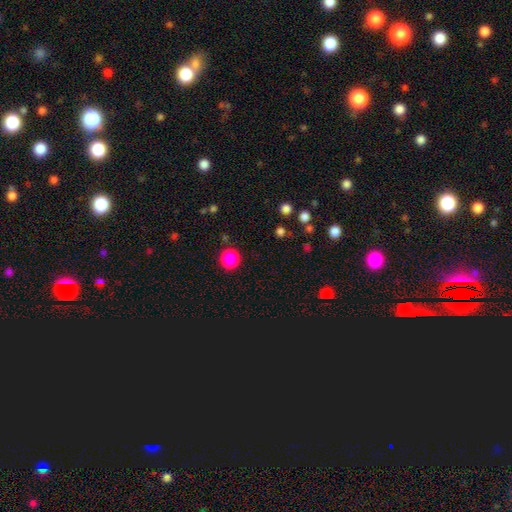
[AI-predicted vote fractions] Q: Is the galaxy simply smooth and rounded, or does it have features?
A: smooth — 85%.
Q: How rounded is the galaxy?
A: round — 91%.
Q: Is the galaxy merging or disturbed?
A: none — 90%.